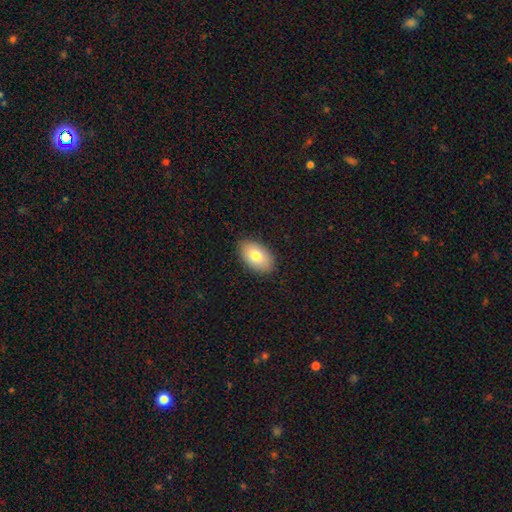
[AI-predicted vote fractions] The model was most divided on "smooth or featured": smooth: 79%, featured or disk: 14%, star or artifact: 7%. More confident: how rounded — in between (93%); merging — none (88%).